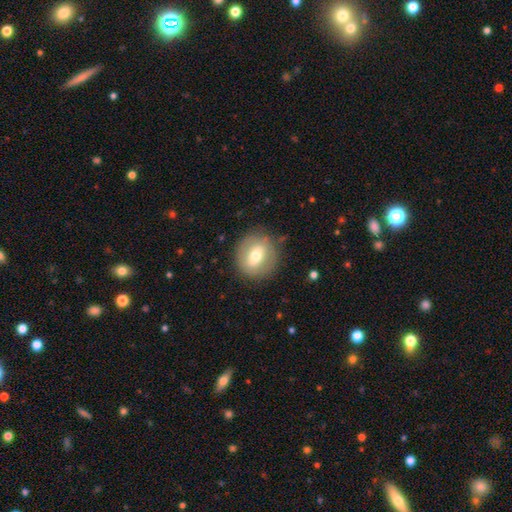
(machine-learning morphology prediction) Smooth or featured?
  - smooth: 56% *
  - featured or disk: 36%
  - star or artifact: 8%
How rounded?
  - round: 81% *
  - in between: 18%
  - cigar-shaped: 1%
Merging?
  - none: 82% *
  - minor disturbance: 12%
  - major disturbance: 5%
  - merger: 1%